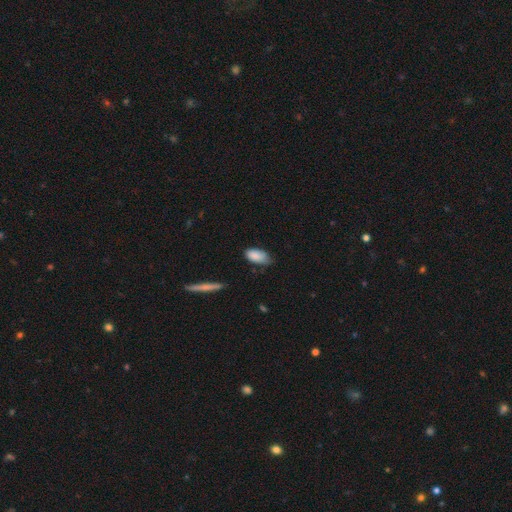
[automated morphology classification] Smooth or featured: smooth — 86% (star or artifact — 7%)
How rounded: in between — 93% (cigar-shaped — 4%)
Merging: none — 58% (minor disturbance — 34%)